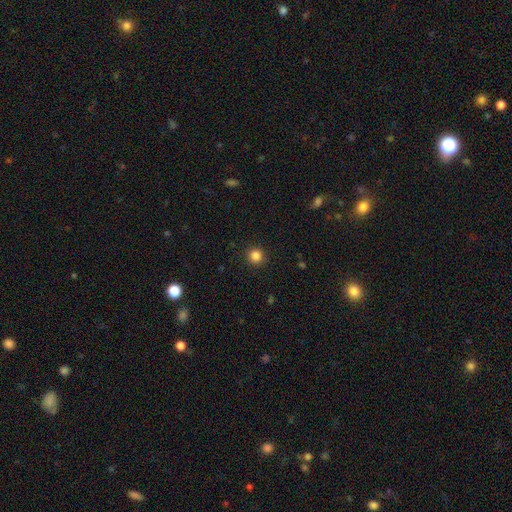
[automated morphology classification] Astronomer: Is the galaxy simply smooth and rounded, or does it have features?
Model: smooth — 85%.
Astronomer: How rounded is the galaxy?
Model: round — 94%.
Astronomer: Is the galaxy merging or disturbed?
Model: none — 92%.